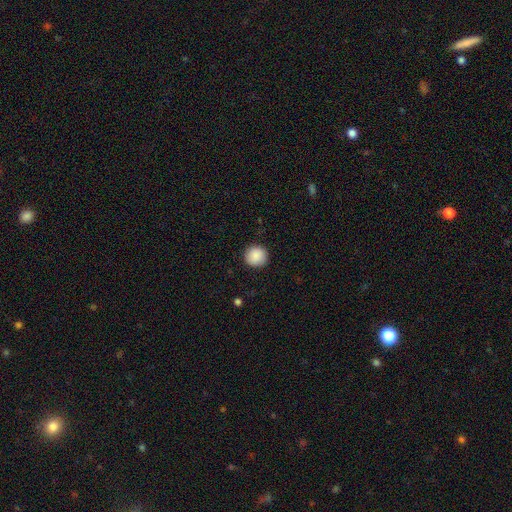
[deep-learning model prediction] A smooth galaxy with no disk features (89%) that is round (94%). Merging: none (91%).